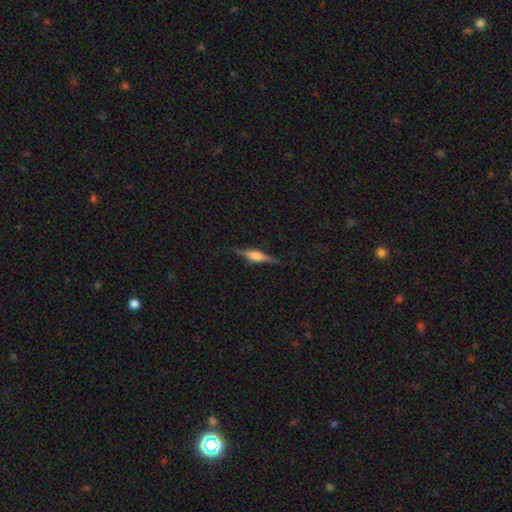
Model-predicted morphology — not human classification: type=featured or disk (72%); edge-on=yes (97%); edge-on bulge=rounded (81%); merging=none (85%).